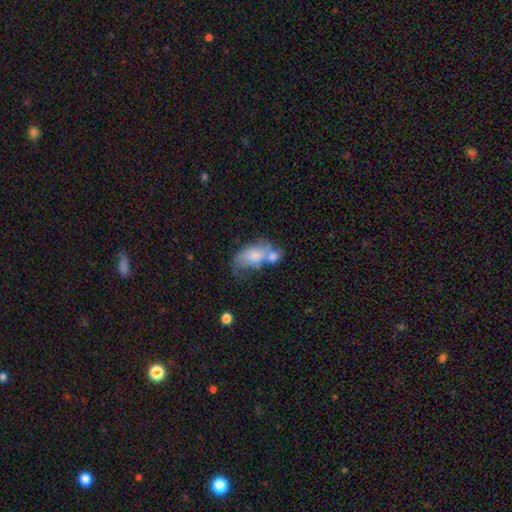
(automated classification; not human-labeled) Morphology: type=smooth (67%); roundness=in between (90%); merging=merger (48%).